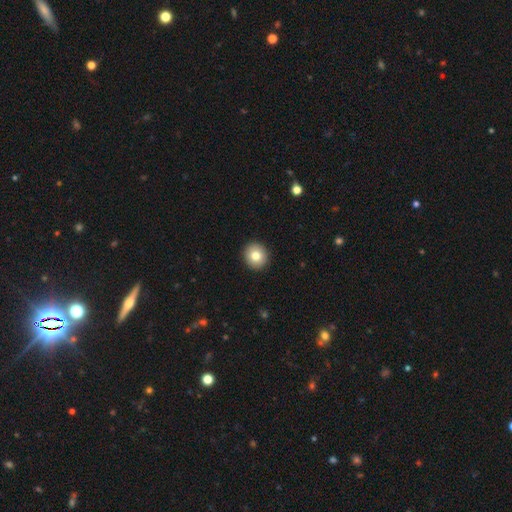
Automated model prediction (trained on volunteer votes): A smooth galaxy with no disk features (80%) that is round (89%).

Vote fractions:
- Smooth or featured? smooth: 80% / featured or disk: 11% / star or artifact: 9%
- How rounded? round: 89% / in between: 11% / cigar-shaped: 1%
- Merging? none: 93% / minor disturbance: 5% / major disturbance: 2% / merger: 1%